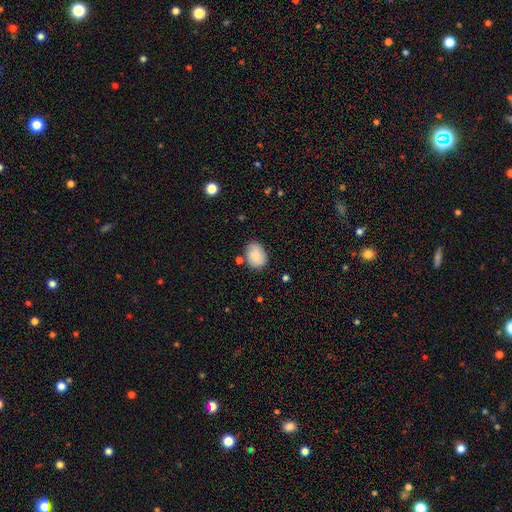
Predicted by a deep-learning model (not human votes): smooth 80%, featured or disk 13%, star or artifact 8%. Down the decision tree: how rounded — in between (68%); merging — none (70%).